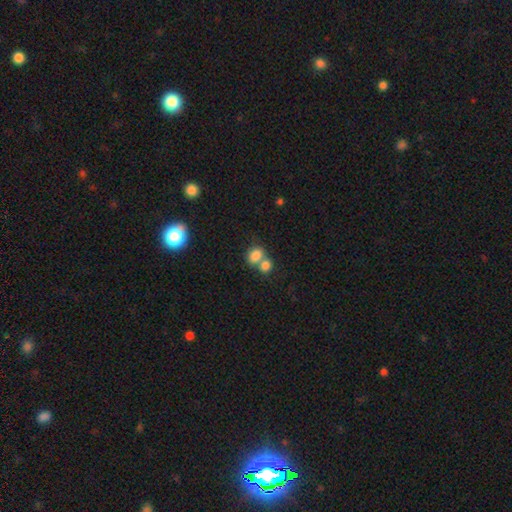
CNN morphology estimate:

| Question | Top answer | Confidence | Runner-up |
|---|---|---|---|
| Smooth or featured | smooth | 81% | star or artifact (10%) |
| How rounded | in between | 60% | round (39%) |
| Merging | merger | 57% | none (31%) |